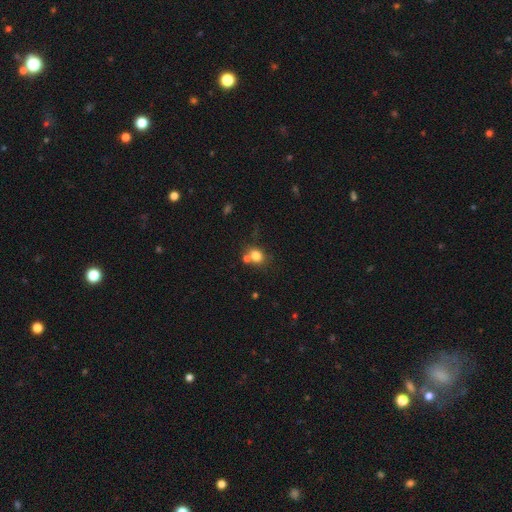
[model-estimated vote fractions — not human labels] Overall: smooth (79%). How rounded: round (66%; in between 33%). Merging: none (54%; merger 30%).